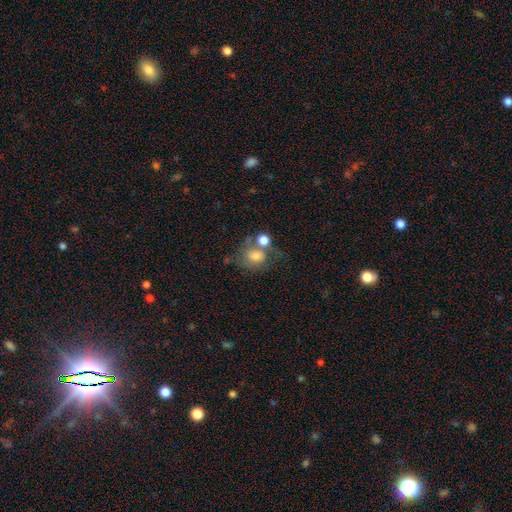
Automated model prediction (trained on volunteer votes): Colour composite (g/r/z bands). It shows a smooth galaxy with no disk features (64%) that is round (54%). Merging: merger (34%, tied with none).